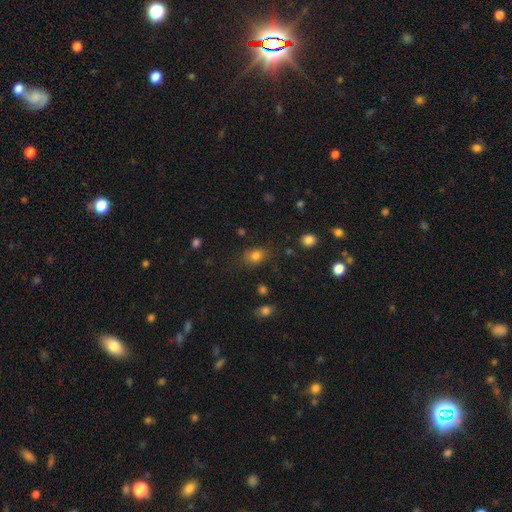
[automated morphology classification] type=smooth (79%); roundness=in between (58%); merging=none (73%).